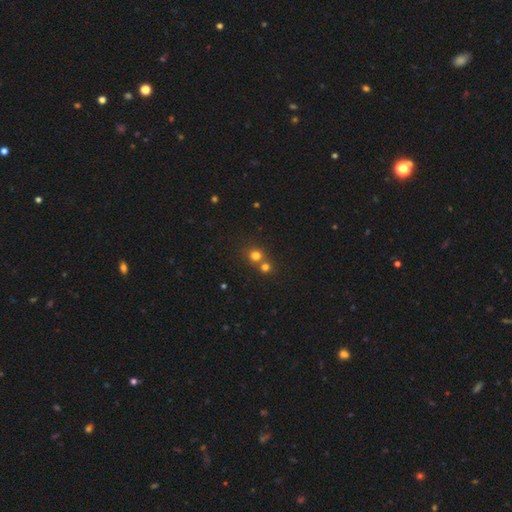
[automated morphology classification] This appears to be a smooth galaxy with no disk features (74%) that is round (88%). Merging: none (52%).